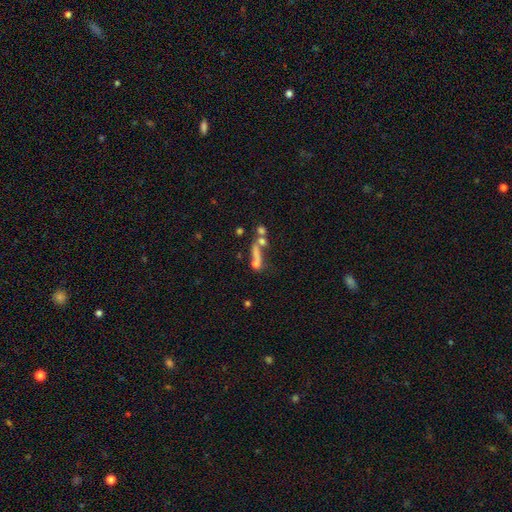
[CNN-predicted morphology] Smooth or featured?
  - smooth: 38% *
  - featured or disk: 34%
  - star or artifact: 29%
Merging?
  - merger: 40% *
  - none: 35%
  - major disturbance: 14%
  - minor disturbance: 10%